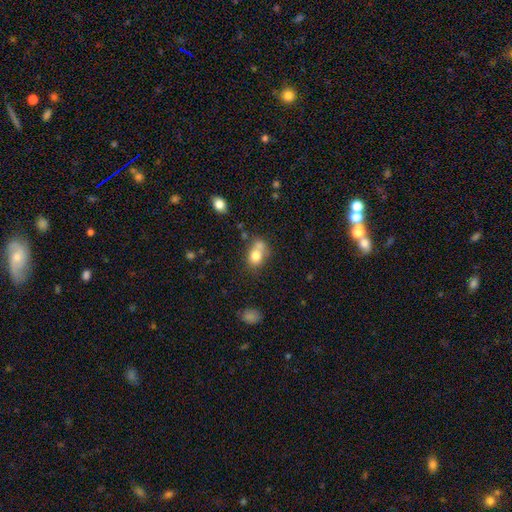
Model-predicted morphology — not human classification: Overall: smooth (76%). How rounded: round (50%; in between 48%). Merging: merger (44%; none 36%).